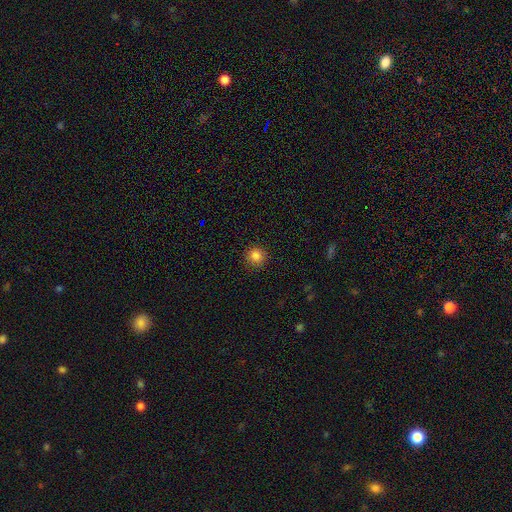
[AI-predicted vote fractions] smooth-or-featured: smooth: 84% | star or artifact: 12% | featured or disk: 4%
  how-rounded: round: 93% | in between: 6% | cigar-shaped: 1%
  merging: none: 89% | minor disturbance: 8% | major disturbance: 2% | merger: 1%